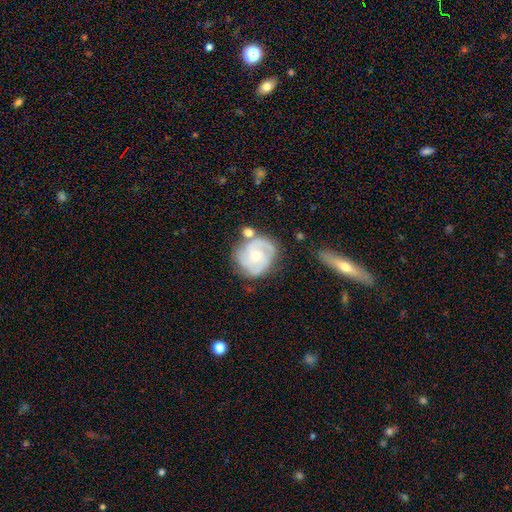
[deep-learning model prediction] Smooth or featured? featured or disk (81%)
Edge-on disk? no (98%)
Bar? no (68%)
Spiral arms? yes (94%)
Spiral winding? tight (47%)
Spiral arm count? 3 (39%)
Bulge size? small (60%)
Merging? none (63%)